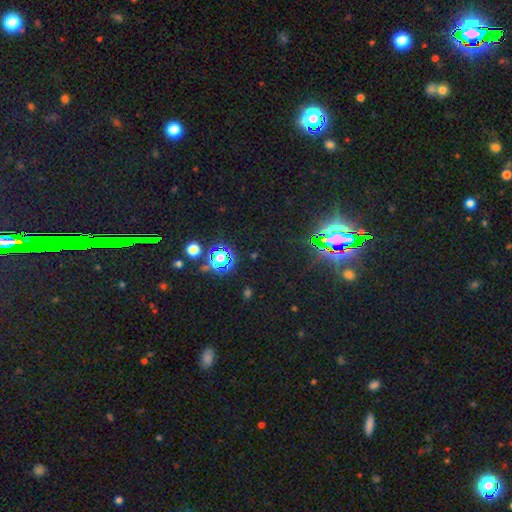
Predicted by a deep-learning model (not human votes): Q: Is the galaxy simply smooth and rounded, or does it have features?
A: star or artifact — 81%.